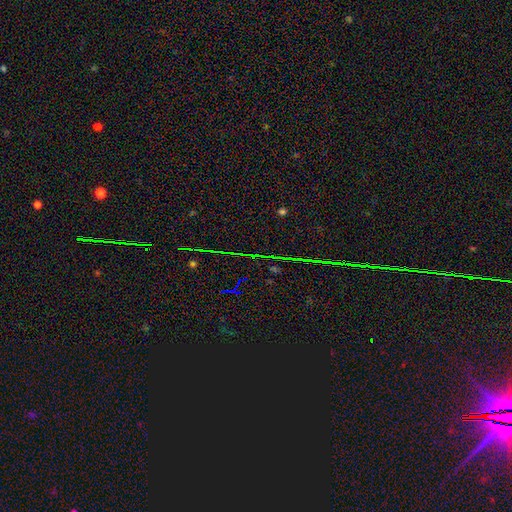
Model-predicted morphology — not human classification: Smooth or featured? star or artifact (75%)